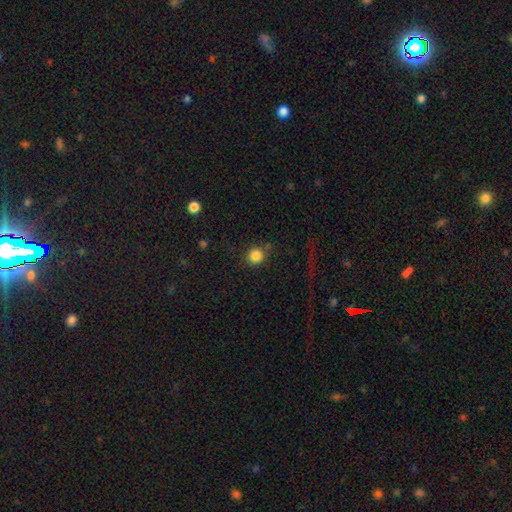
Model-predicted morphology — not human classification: This appears to be a smooth galaxy with no disk features (84%) that is round (90%). Merging: none (78%).